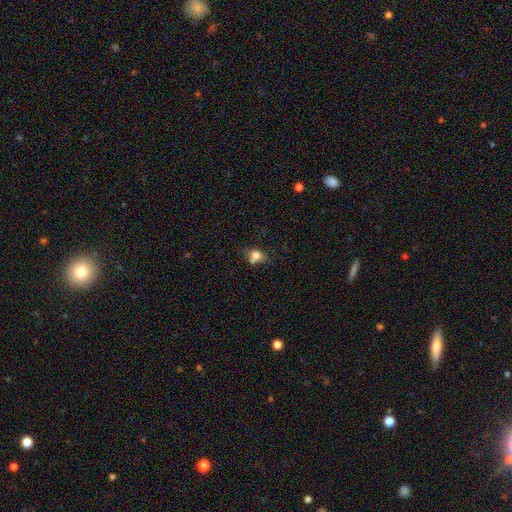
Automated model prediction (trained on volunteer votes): Overall: smooth (74%). How rounded: round (50%; in between 48%). Merging: none (48%; merger 25%).